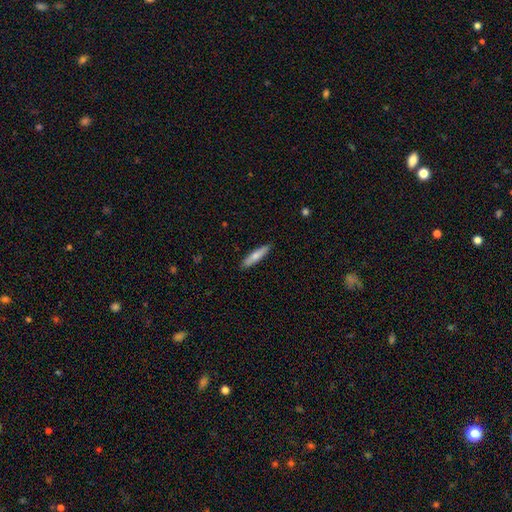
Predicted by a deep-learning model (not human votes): Smooth or featured: smooth — 69% (featured or disk — 25%)
How rounded: cigar-shaped — 83% (in between — 15%)
Merging: none — 90% (minor disturbance — 8%)